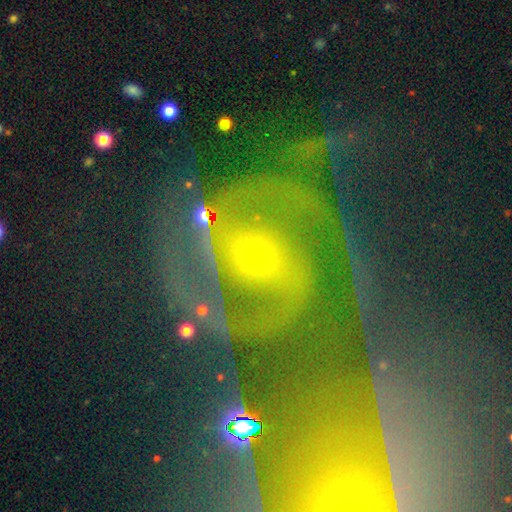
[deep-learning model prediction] A smooth galaxy with no disk features (44%).

Vote fractions:
- Smooth or featured? smooth: 44% / star or artifact: 32% / featured or disk: 24%
- Merging? none: 60% / minor disturbance: 15% / merger: 13% / major disturbance: 12%